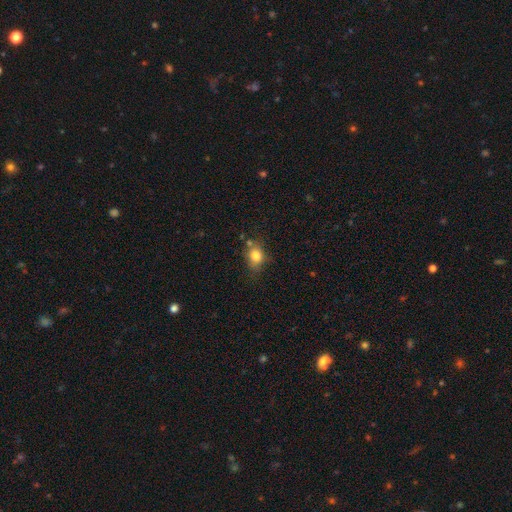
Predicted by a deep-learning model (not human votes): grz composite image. It shows a smooth galaxy with no disk features (80%) that is in between round and cigar-shaped (50%). Merging: none (62%).